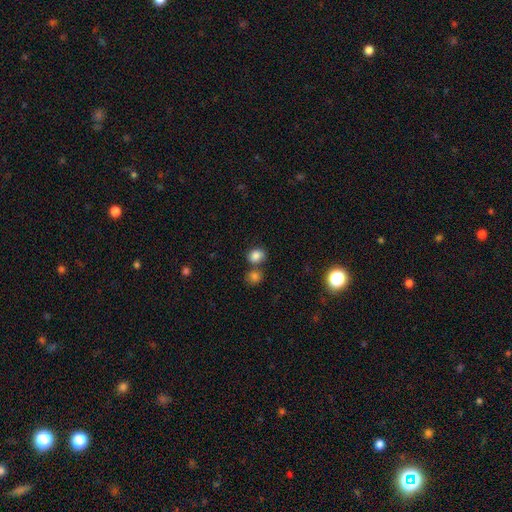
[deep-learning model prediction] Q: Smooth or featured?
A: smooth (83%); runner-up: star or artifact (11%)
Q: How rounded?
A: round (56%); runner-up: in between (43%)
Q: Merging?
A: none (57%); runner-up: merger (28%)